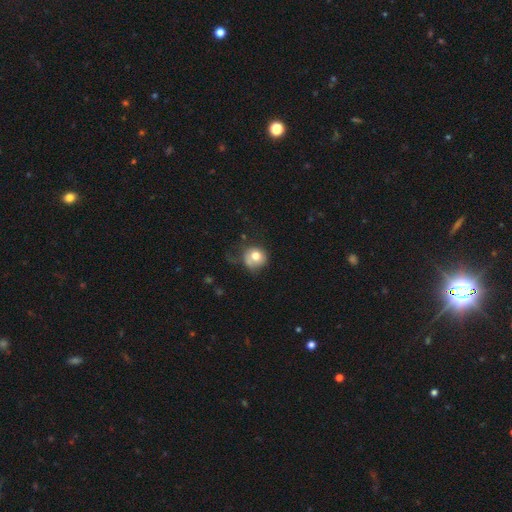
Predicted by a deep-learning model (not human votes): This appears to be a smooth galaxy with no disk features (74%) that is round (84%). Merging: none (48%).